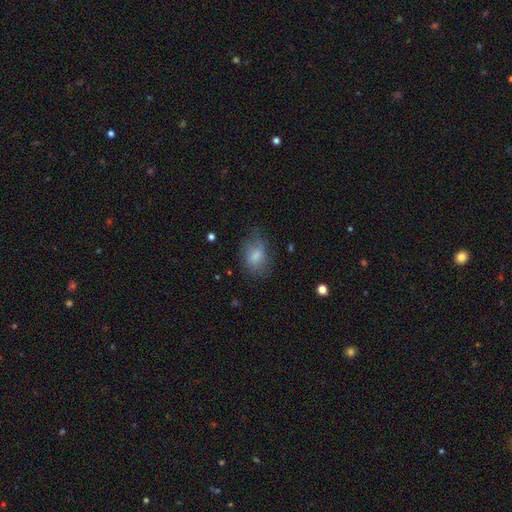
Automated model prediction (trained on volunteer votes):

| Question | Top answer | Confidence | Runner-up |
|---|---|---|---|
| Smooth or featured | smooth | 74% | featured or disk (17%) |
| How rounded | in between | 77% | round (21%) |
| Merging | none | 57% | minor disturbance (27%) |